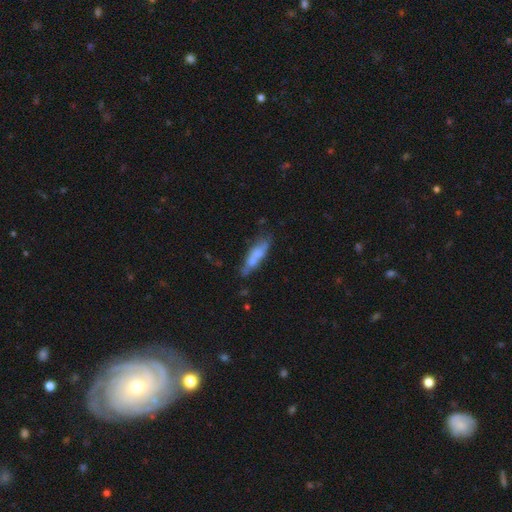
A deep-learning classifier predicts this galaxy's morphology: type=smooth (54%); roundness=cigar-shaped (63%); merging=none (51%).